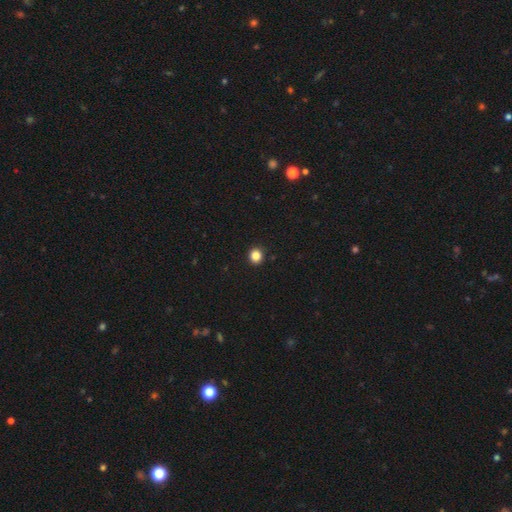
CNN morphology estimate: Smooth or featured? smooth (85%)
How rounded? round (90%)
Merging? none (93%)